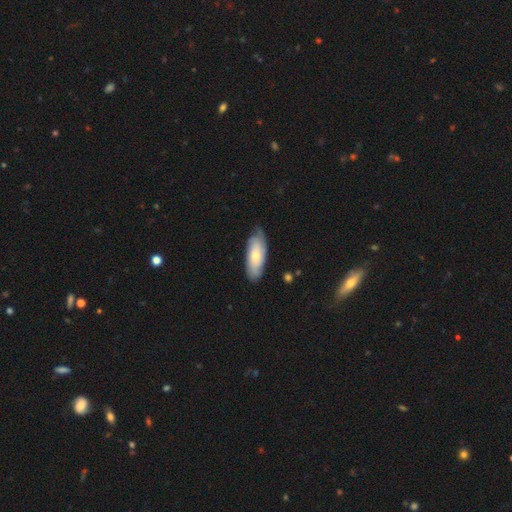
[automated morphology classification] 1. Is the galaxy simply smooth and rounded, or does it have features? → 48% smooth, 46% featured or disk, 6% star or artifact.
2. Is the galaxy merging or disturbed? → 73% none, 21% minor disturbance, 4% major disturbance, 1% merger.